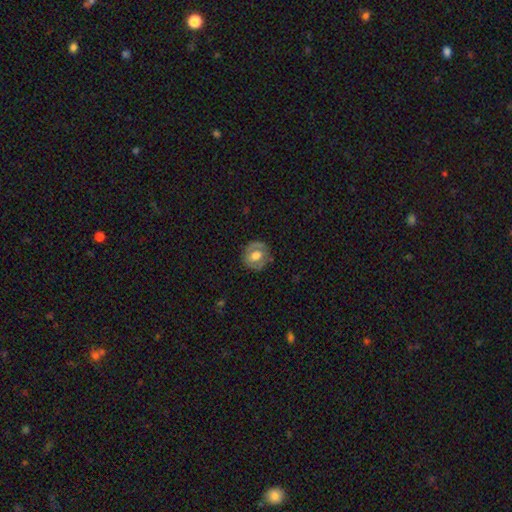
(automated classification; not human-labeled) Overall: smooth (49%; featured or disk 44%). Merging: none (79%).